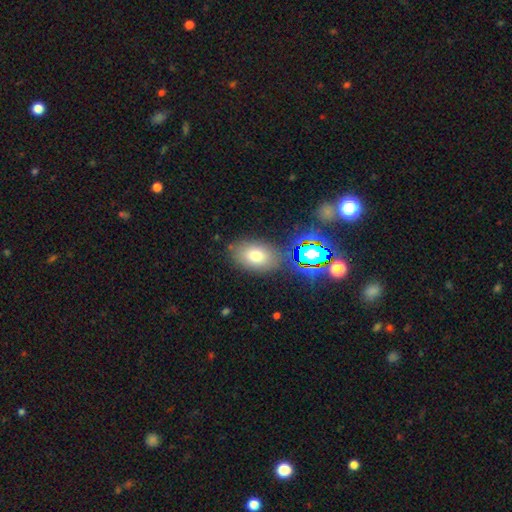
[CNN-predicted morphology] The model was most divided on "smooth or featured": smooth: 71%, star or artifact: 15%, featured or disk: 13%. More confident: how rounded — in between (85%); merging — none (78%).